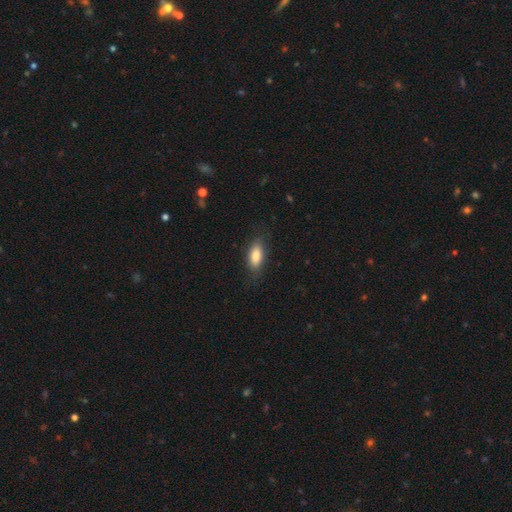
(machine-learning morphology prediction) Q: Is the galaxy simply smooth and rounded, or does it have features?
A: smooth — 84%.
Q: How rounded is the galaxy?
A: in between — 82%.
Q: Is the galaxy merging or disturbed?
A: none — 79%.